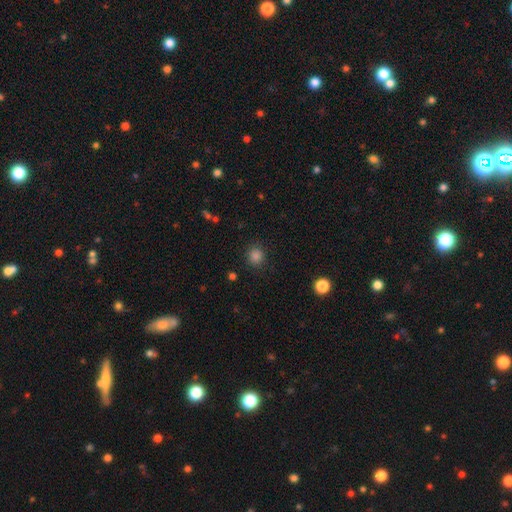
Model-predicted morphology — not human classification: smooth 84%, star or artifact 13%, featured or disk 3%. Down the decision tree: how rounded — round (88%); merging — none (88%).